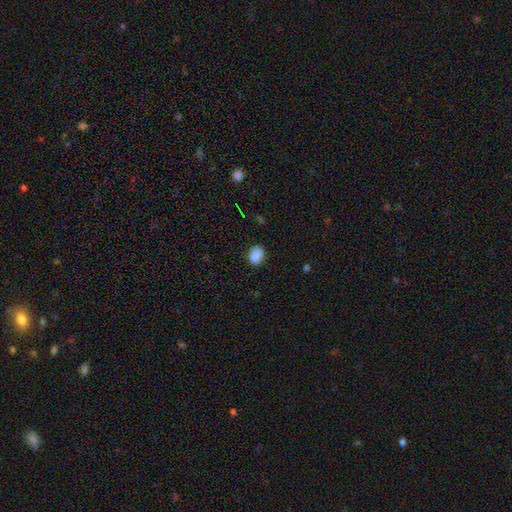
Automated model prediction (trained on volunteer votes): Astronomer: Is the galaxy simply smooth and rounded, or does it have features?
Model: smooth — 85%.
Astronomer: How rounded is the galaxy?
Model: in between — 64%.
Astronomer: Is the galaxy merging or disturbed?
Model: none — 76%.